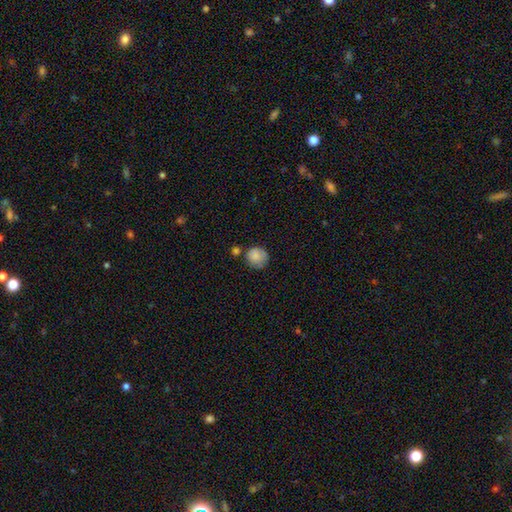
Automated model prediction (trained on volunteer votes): Smooth or featured?
  - smooth: 85% *
  - star or artifact: 8%
  - featured or disk: 7%
How rounded?
  - round: 86% *
  - in between: 13%
  - cigar-shaped: 1%
Merging?
  - none: 61% *
  - minor disturbance: 22%
  - merger: 11%
  - major disturbance: 7%